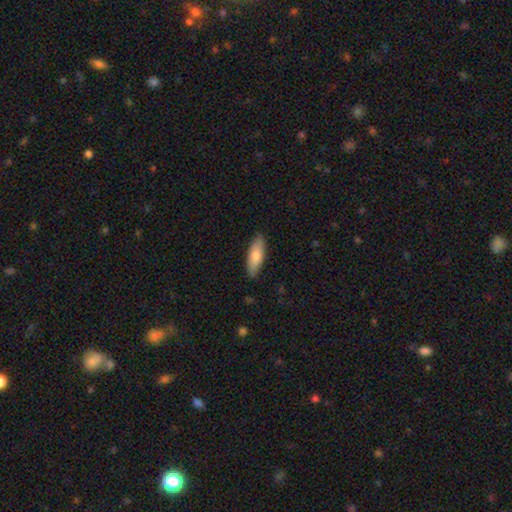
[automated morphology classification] Overall: smooth (78%). How rounded: in between (59%; cigar-shaped 39%). Merging: none (87%).